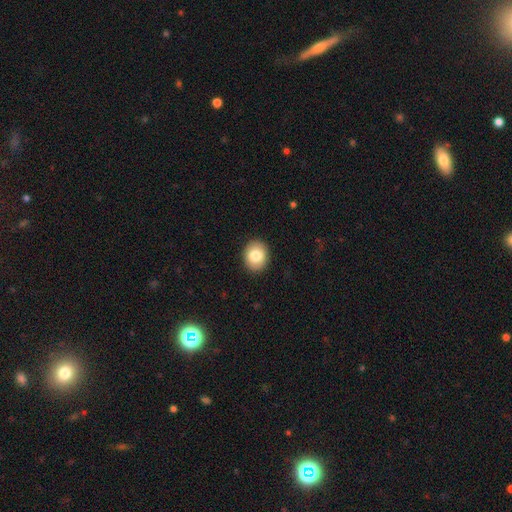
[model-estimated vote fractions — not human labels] A smooth galaxy with no disk features (82%) that is round (58%). Merging: none (91%).